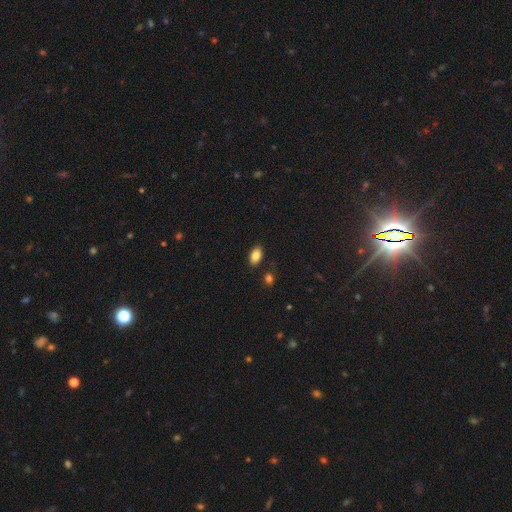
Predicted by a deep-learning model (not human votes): Q: Smooth or featured?
A: smooth (85%); runner-up: star or artifact (8%)
Q: How rounded?
A: in between (92%); runner-up: round (6%)
Q: Merging?
A: none (86%); runner-up: minor disturbance (9%)